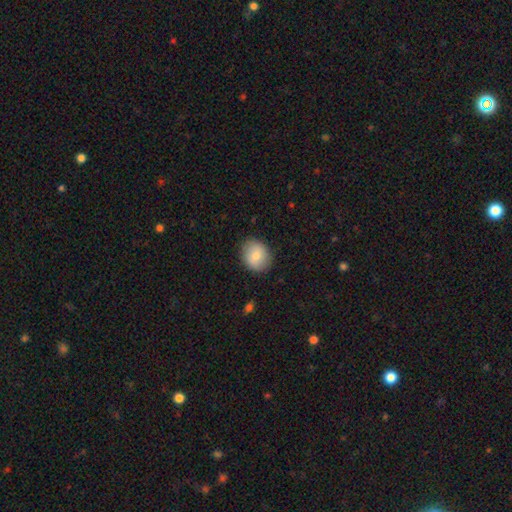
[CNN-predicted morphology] Smooth or featured?
  - smooth: 77% *
  - featured or disk: 16%
  - star or artifact: 7%
How rounded?
  - round: 62% *
  - in between: 37%
  - cigar-shaped: 1%
Merging?
  - none: 86% *
  - minor disturbance: 10%
  - major disturbance: 3%
  - merger: 1%